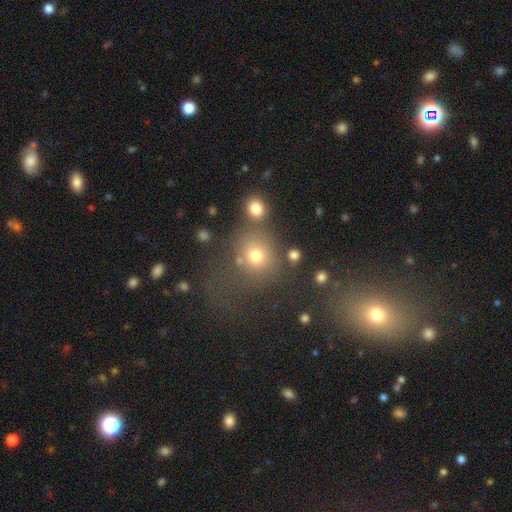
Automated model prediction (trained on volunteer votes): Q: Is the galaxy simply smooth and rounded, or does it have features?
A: smooth — 69%.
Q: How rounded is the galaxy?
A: round — 78%.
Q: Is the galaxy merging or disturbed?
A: none — 54%.